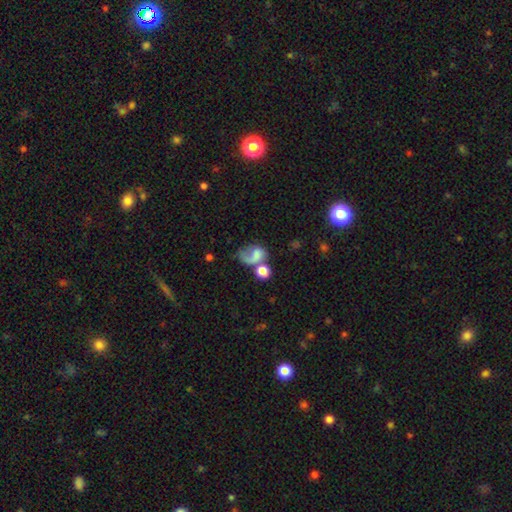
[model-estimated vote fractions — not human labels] The model was most divided on "merging": major disturbance: 32%, merger: 31%, none: 23%, minor disturbance: 14%. More confident: how rounded — in between (60%); smooth or featured — smooth (55%).